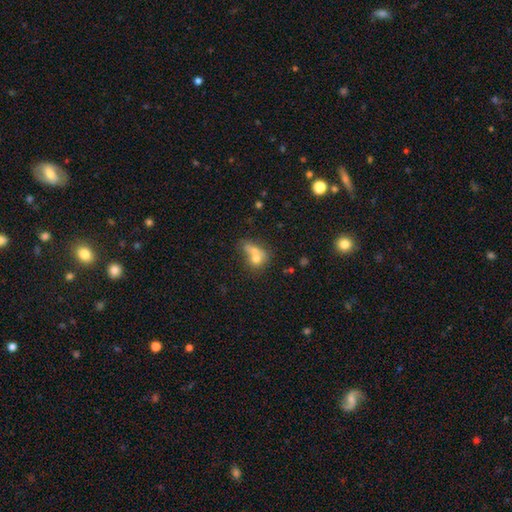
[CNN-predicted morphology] smooth-or-featured: smooth: 67% | featured or disk: 22% | star or artifact: 11%
  how-rounded: round: 53% | in between: 43% | cigar-shaped: 4%
  merging: merger: 61% | none: 23% | minor disturbance: 9% | major disturbance: 7%